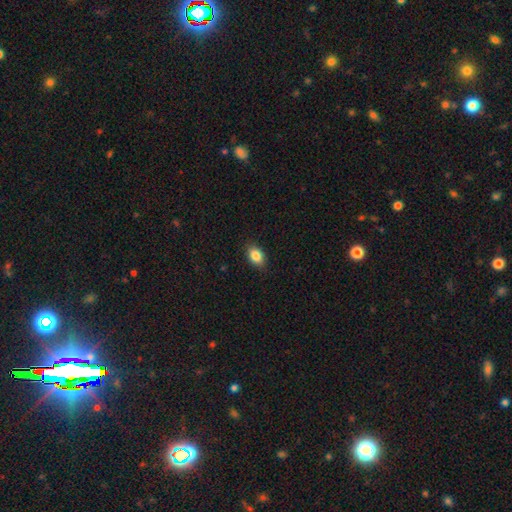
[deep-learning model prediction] This is clearly a smooth galaxy (86%). How rounded: clearly in between (83%). Merging: clearly none (87%).